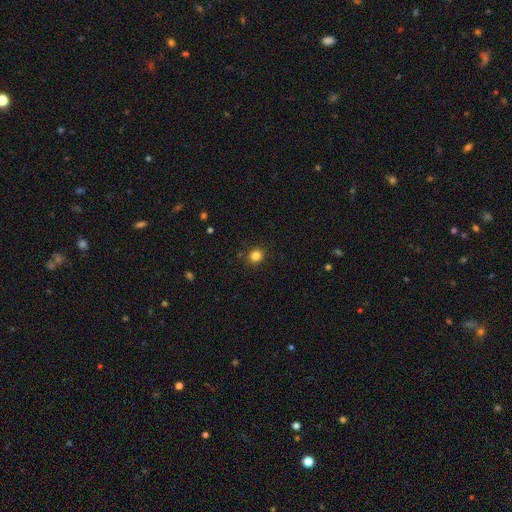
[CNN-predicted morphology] Smooth or featured? smooth (83%)
How rounded? round (88%)
Merging? none (89%)